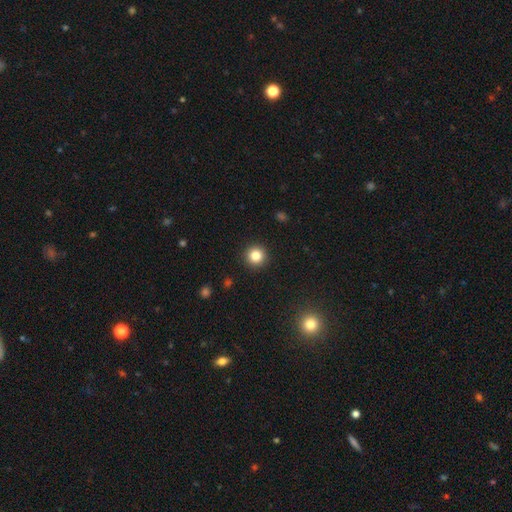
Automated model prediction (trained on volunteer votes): This appears to be a smooth galaxy with no disk features (83%) that is round (96%). Merging: none (92%).